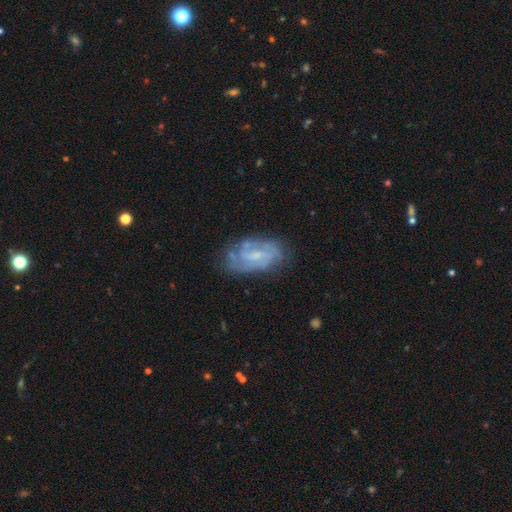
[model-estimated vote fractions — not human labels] smooth_or_featured: featured or disk (p=0.73) [alt: smooth p=0.19]
disk_edge_on: no (p=0.96) [alt: yes p=0.04]
bar: weak (p=0.52) [alt: no p=0.34]
has_spiral_arms: yes (p=0.86) [alt: no p=0.14]
spiral_winding: tight (p=0.45) [alt: medium p=0.39]
spiral_arm_count: 2 (p=0.42) [alt: can't tell p=0.35]
bulge_size: small (p=0.51) [alt: moderate p=0.27]
merging: none (p=0.67) [alt: minor disturbance p=0.22]